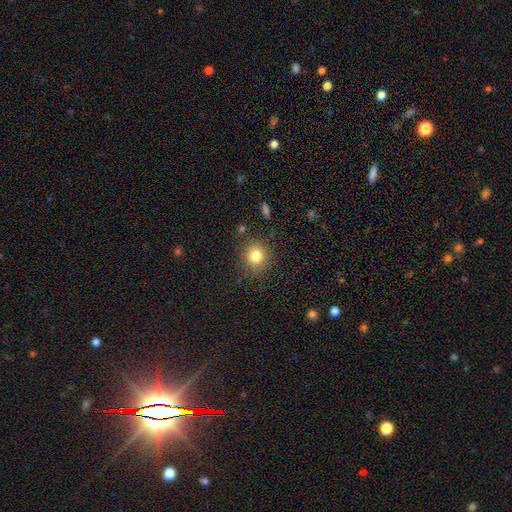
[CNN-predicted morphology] Smooth or featured? smooth (80%)
How rounded? round (88%)
Merging? none (85%)